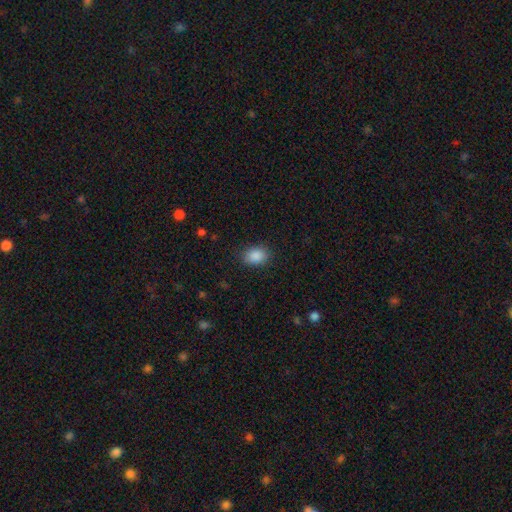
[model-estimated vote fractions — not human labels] smooth_or_featured: smooth (p=0.88) [alt: star or artifact p=0.08]
how_rounded: in between (p=0.74) [alt: round p=0.25]
merging: none (p=0.85) [alt: minor disturbance p=0.10]